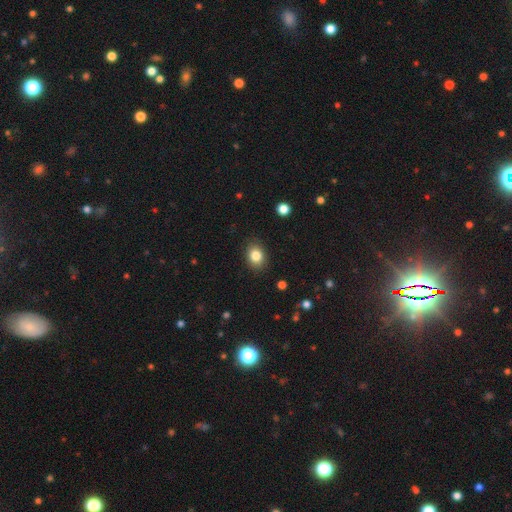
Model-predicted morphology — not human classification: type=smooth (84%); roundness=in between (55%); merging=none (87%).